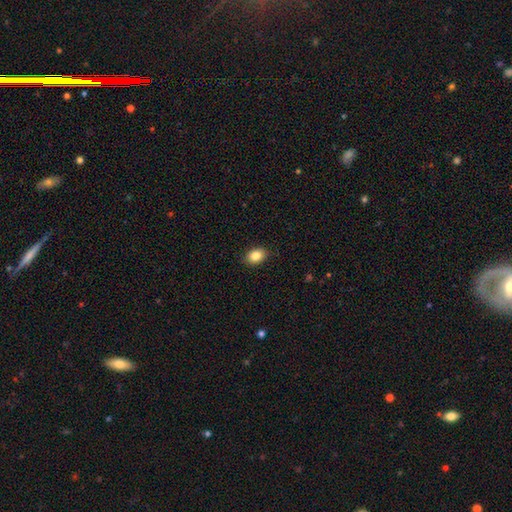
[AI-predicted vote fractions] This is clearly a smooth galaxy (85%). How rounded: likely in between (77%). Merging: clearly none (88%).